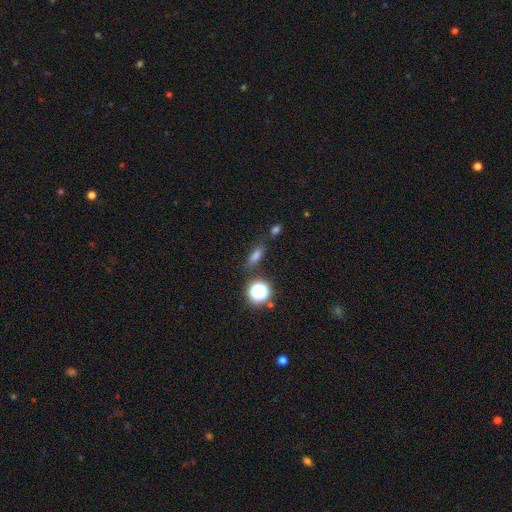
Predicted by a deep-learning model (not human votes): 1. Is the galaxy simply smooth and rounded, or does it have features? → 61% smooth, 26% star or artifact, 14% featured or disk.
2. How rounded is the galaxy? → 51% in between, 32% cigar-shaped, 17% round.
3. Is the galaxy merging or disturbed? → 77% none, 12% minor disturbance, 7% merger, 4% major disturbance.